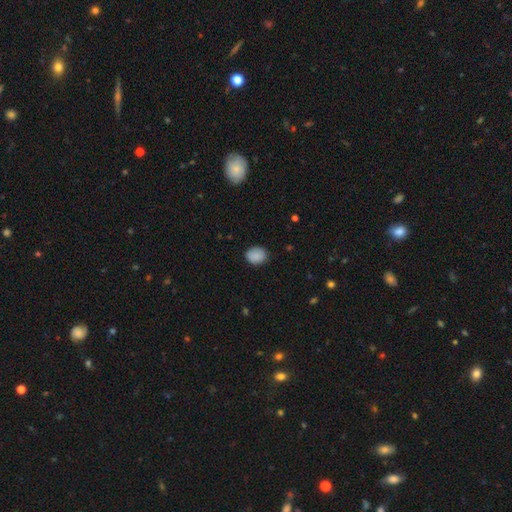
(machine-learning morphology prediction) Smooth or featured: smooth — 87% (star or artifact — 8%)
How rounded: round — 55% (in between — 44%)
Merging: none — 83% (minor disturbance — 13%)